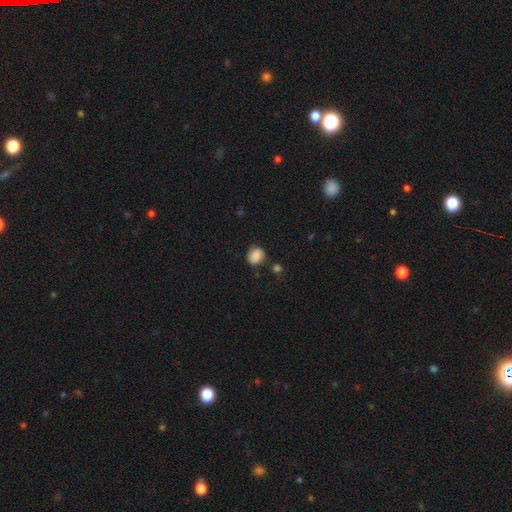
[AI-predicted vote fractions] smooth-or-featured: smooth: 85% | star or artifact: 9% | featured or disk: 6%
  how-rounded: round: 53% | in between: 46% | cigar-shaped: 1%
  merging: none: 67% | minor disturbance: 22% | major disturbance: 6% | merger: 5%